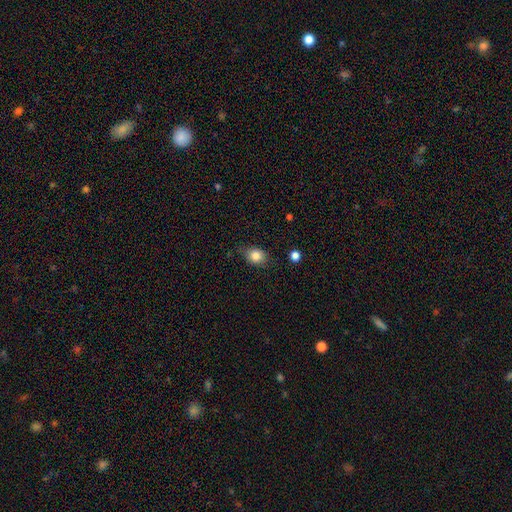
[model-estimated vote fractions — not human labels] Smooth or featured: smooth — 84% (star or artifact — 9%)
How rounded: round — 53% (in between — 45%)
Merging: none — 75% (minor disturbance — 19%)